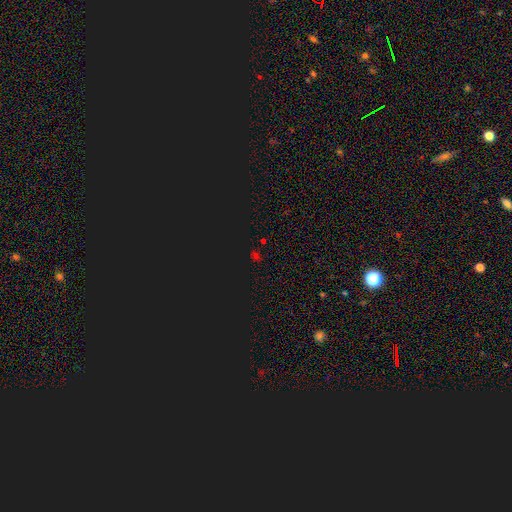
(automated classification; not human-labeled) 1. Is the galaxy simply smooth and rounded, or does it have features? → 65% star or artifact, 28% smooth, 7% featured or disk.